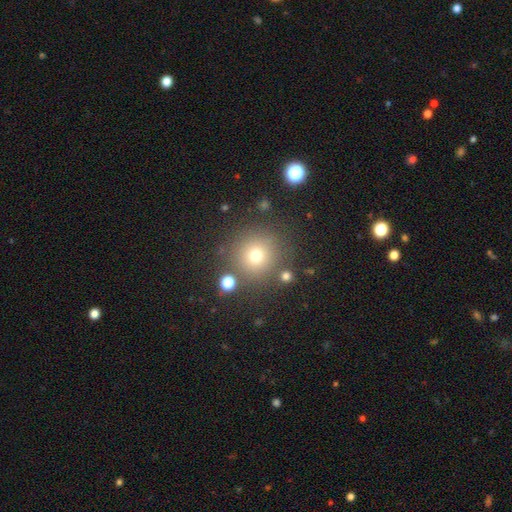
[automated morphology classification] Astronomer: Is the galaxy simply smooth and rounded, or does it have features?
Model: smooth — 71%.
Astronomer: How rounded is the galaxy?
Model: round — 94%.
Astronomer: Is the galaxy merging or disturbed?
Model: none — 83%.